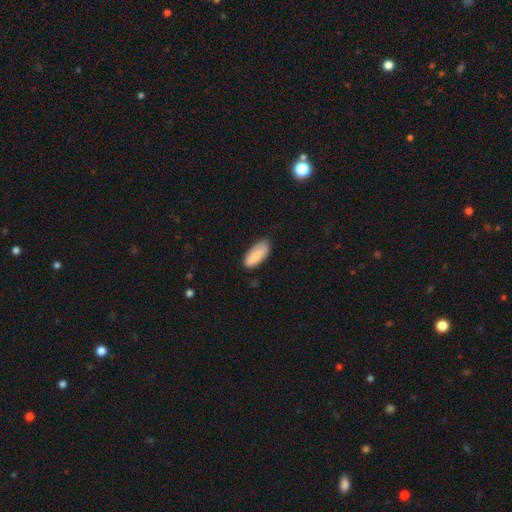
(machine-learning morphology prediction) Smooth or featured: smooth — 83% (featured or disk — 12%)
How rounded: in between — 87% (cigar-shaped — 11%)
Merging: none — 70% (minor disturbance — 25%)